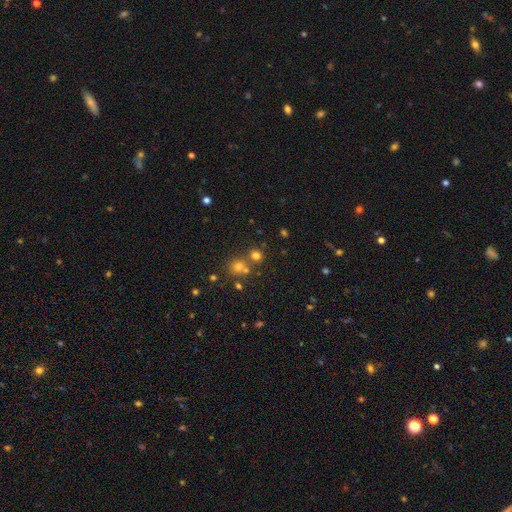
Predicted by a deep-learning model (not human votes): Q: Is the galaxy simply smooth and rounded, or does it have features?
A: smooth — 67%.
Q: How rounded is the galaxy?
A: round — 87%.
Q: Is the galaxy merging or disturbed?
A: none — 65%.